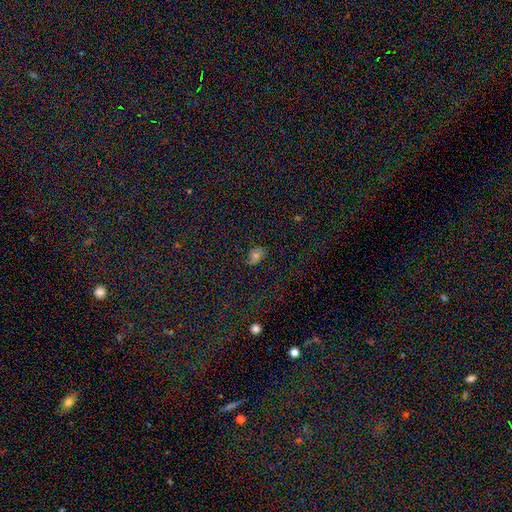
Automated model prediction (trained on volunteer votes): A smooth galaxy with no disk features (61%) that is in between round and cigar-shaped (69%).

Vote fractions:
- Smooth or featured? smooth: 61% / featured or disk: 21% / star or artifact: 19%
- How rounded? in between: 69% / round: 29% / cigar-shaped: 2%
- Merging? none: 72% / minor disturbance: 19% / major disturbance: 7% / merger: 2%